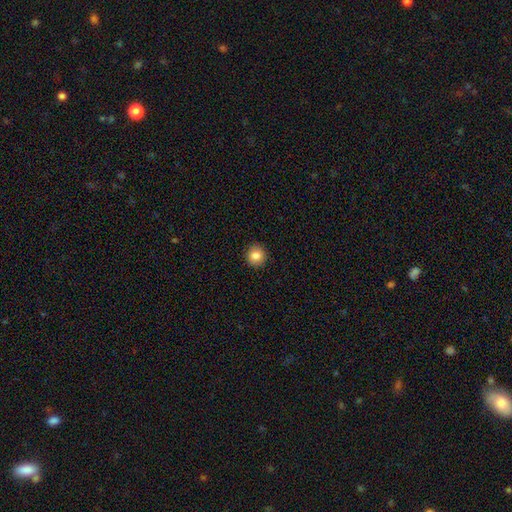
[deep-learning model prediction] Q: Smooth or featured?
A: smooth (84%); runner-up: star or artifact (9%)
Q: How rounded?
A: round (93%); runner-up: in between (6%)
Q: Merging?
A: none (92%); runner-up: minor disturbance (5%)